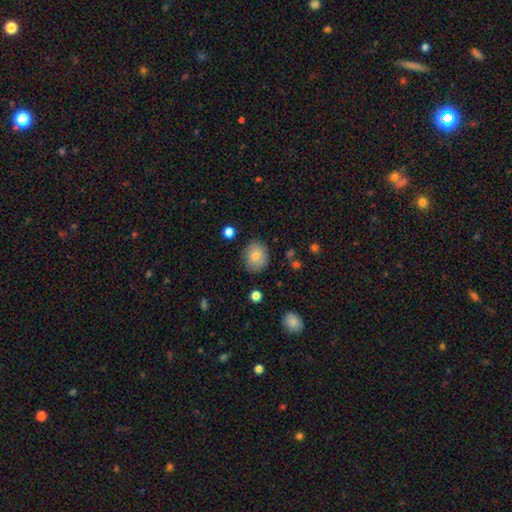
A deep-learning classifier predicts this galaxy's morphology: The model was most divided on "how rounded": round: 64%, in between: 35%, cigar-shaped: 1%. More confident: merging — none (83%); smooth or featured — smooth (77%).